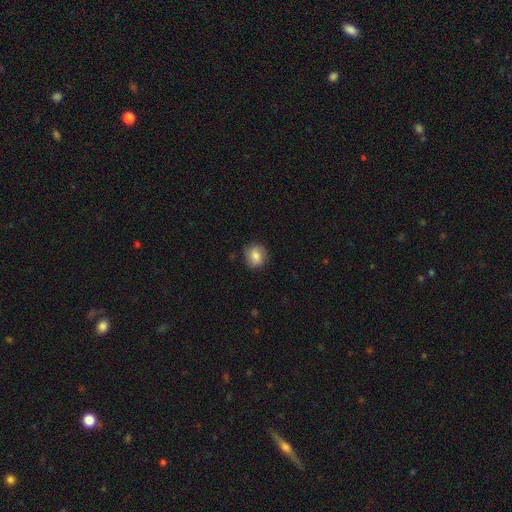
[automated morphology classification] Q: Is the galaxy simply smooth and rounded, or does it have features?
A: smooth — 78%.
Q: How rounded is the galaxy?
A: round — 76%.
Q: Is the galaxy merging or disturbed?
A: none — 84%.